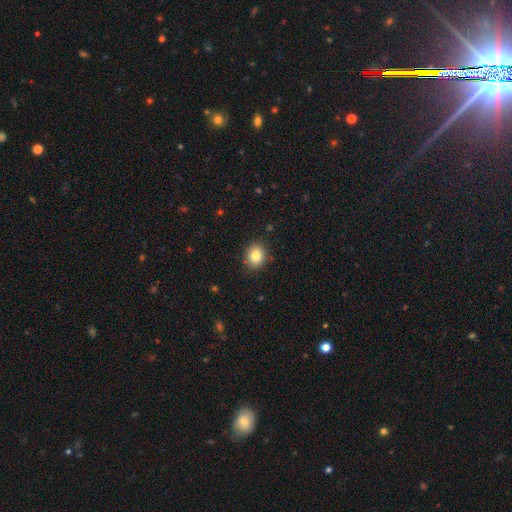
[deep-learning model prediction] Smooth or featured? smooth (82%)
How rounded? round (65%)
Merging? none (88%)